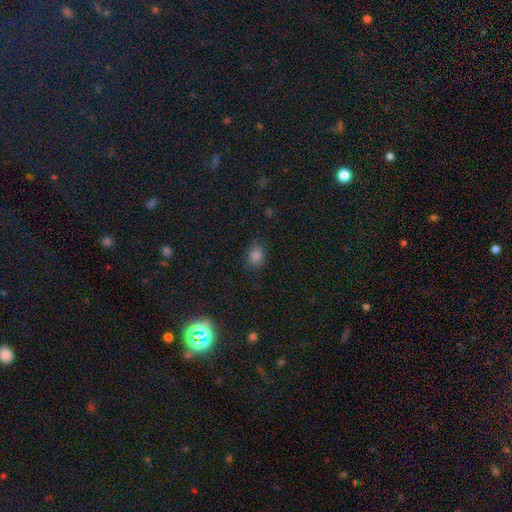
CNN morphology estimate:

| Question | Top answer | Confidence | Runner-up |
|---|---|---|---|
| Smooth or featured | smooth | 76% | star or artifact (18%) |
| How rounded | in between | 55% | round (44%) |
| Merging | none | 82% | minor disturbance (14%) |